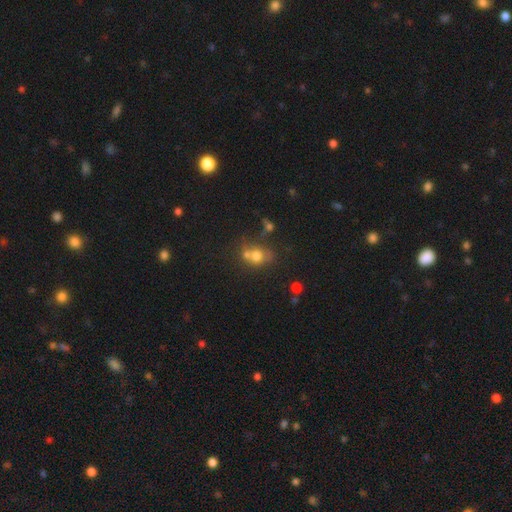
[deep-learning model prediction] A smooth galaxy with no disk features (66%) that is round (69%). Merging: merger (42%).